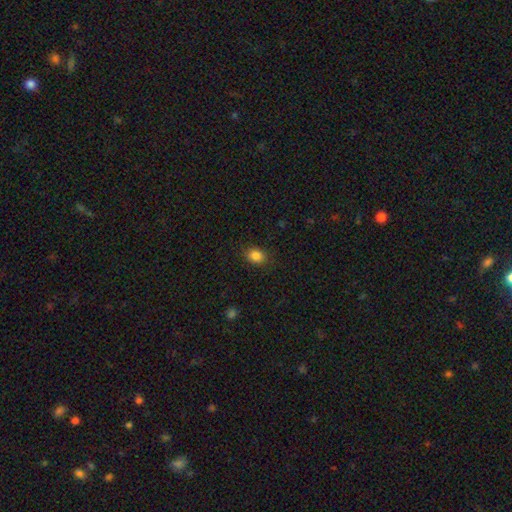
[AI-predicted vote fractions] Smooth or featured? Predicted: smooth (p=0.86). How rounded? Predicted: in between (p=0.52). Merging? Predicted: none (p=0.86).